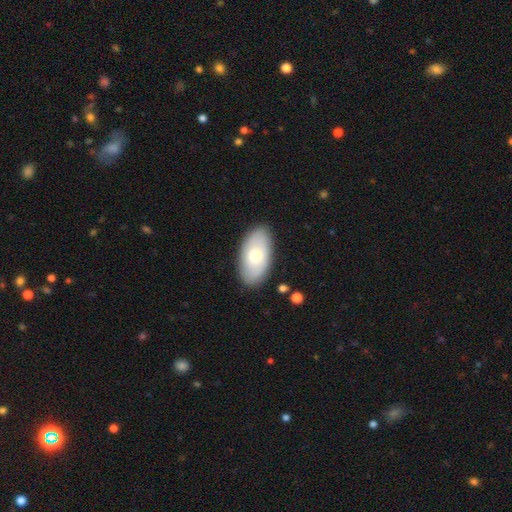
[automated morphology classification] type=smooth (64%); roundness=in between (94%); merging=none (87%).